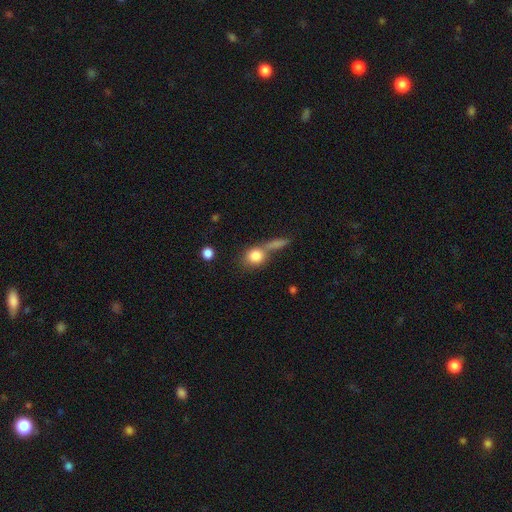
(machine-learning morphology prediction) Smooth or featured? smooth (81%)
How rounded? round (73%)
Merging? none (45%)